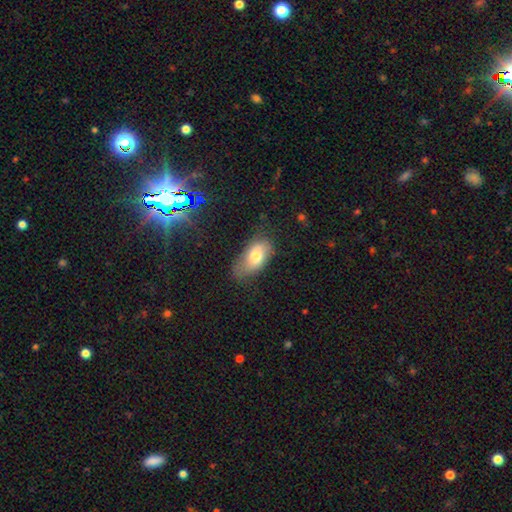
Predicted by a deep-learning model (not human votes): Smooth or featured?
  - smooth: 73% *
  - featured or disk: 20%
  - star or artifact: 8%
How rounded?
  - in between: 92% *
  - cigar-shaped: 4%
  - round: 4%
Merging?
  - none: 58% *
  - minor disturbance: 30%
  - major disturbance: 10%
  - merger: 2%